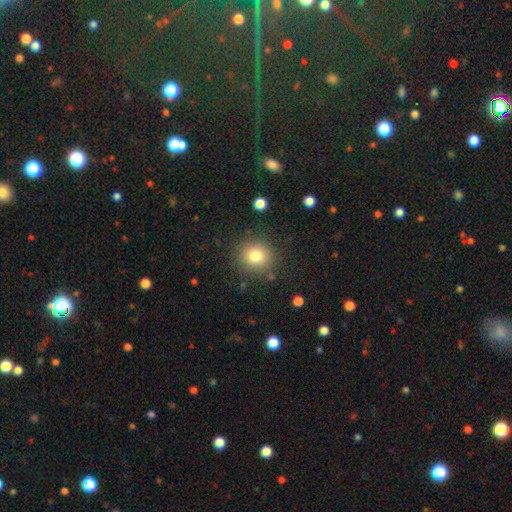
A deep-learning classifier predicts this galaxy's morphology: Smooth or featured? Predicted: smooth (p=0.79). How rounded? Predicted: round (p=0.88). Merging? Predicted: none (p=0.86).